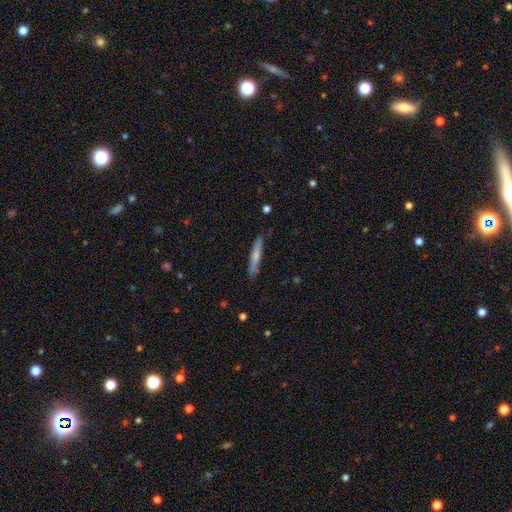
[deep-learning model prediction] Smooth or featured? smooth (63%)
How rounded? cigar-shaped (93%)
Merging? none (80%)